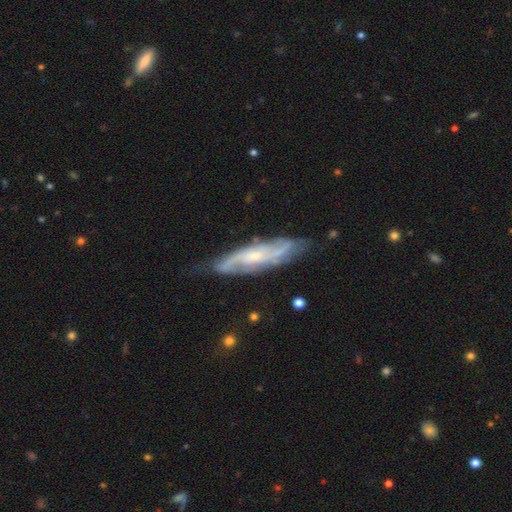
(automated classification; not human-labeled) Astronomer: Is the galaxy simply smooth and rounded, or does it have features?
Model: featured or disk — 82%.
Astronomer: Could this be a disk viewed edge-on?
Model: no — 76%.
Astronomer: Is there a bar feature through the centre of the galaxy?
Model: no — 57% (runner-up: weak, 34%).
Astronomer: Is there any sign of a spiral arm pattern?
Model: yes — 95%.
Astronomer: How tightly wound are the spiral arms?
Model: medium — 45% (runner-up: tight, 36%).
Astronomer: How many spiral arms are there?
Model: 2 — 51%.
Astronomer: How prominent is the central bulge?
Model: small — 65%.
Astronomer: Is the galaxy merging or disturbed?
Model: none — 72%.